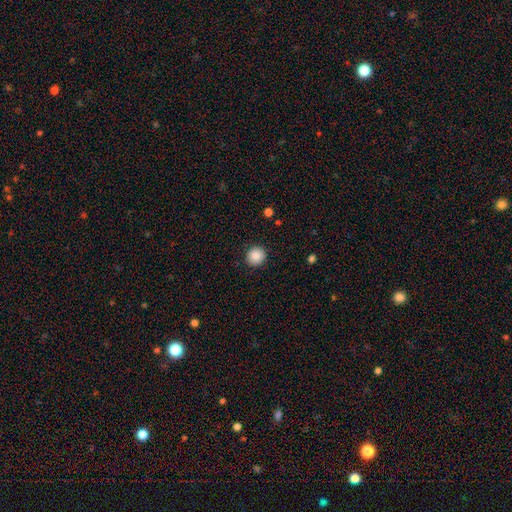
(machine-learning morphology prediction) type=smooth (87%); roundness=round (93%); merging=none (91%).